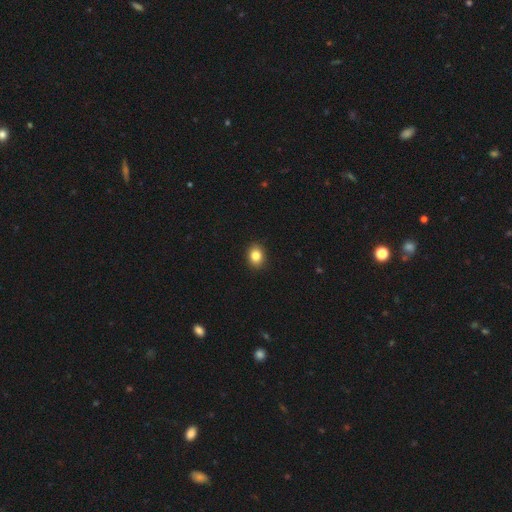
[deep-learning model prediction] This is clearly a smooth galaxy (85%). How rounded: possibly in between (53%). Merging: clearly none (90%).